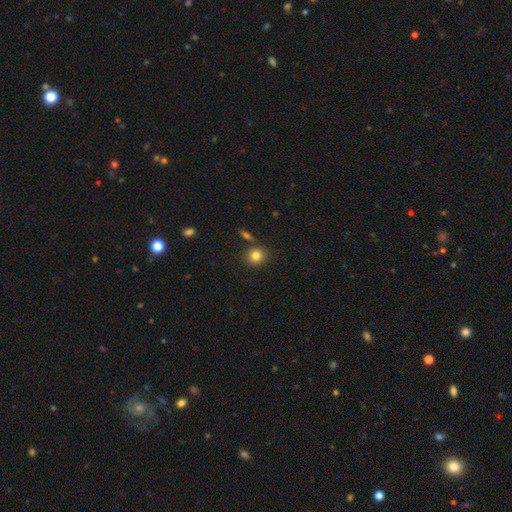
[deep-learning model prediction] A smooth galaxy with no disk features (82%) that is round (84%). Merging: none (77%).